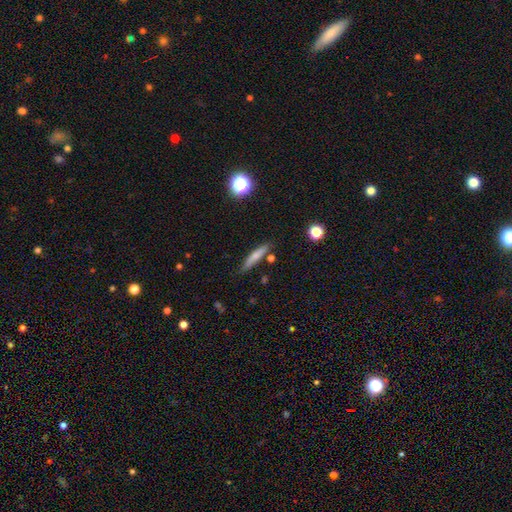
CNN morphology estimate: A smooth galaxy with no disk features (65%) that is cigar-shaped (88%).

Vote fractions:
- Smooth or featured? smooth: 65% / featured or disk: 27% / star or artifact: 8%
- How rounded? cigar-shaped: 88% / in between: 10% / round: 2%
- Merging? none: 78% / minor disturbance: 15% / merger: 5% / major disturbance: 3%